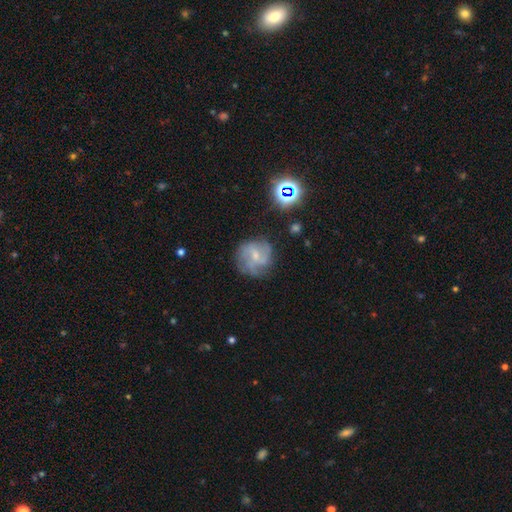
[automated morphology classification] Overall: featured or disk (66%). Edge-on disk: no (98%). Bar: no (50%; weak 42%). Spiral arms: yes (86%). Spiral arm count: can't tell (30%, tied with 3). Spiral winding: medium (46%; tight 31%). Bulge size: small (57%; moderate 32%). Merging: none (67%).